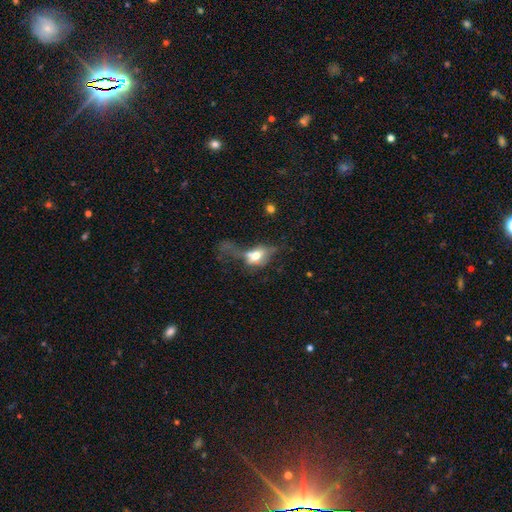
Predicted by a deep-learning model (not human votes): smooth 55%, featured or disk 35%, star or artifact 10%. Down the decision tree: how rounded — in between (73%); merging — major disturbance (48%).